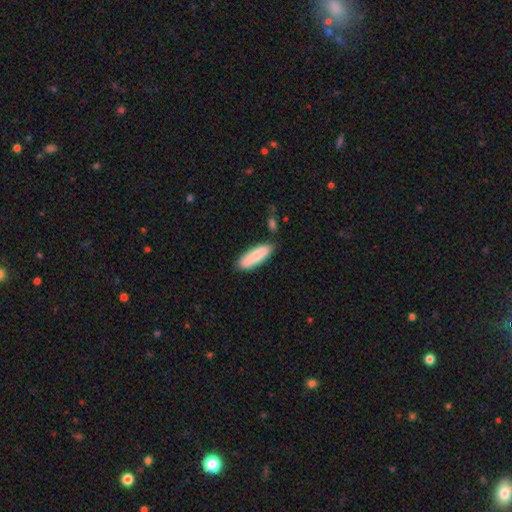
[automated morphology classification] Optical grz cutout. It shows a smooth galaxy with no disk features (85%) that is cigar-shaped (53%). Merging: none (81%).